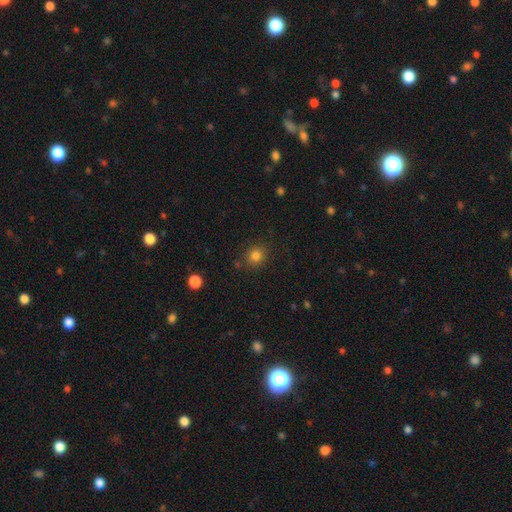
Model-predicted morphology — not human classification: The model was most divided on "how rounded": round: 80%, in between: 19%, cigar-shaped: 1%. More confident: merging — none (83%); smooth or featured — smooth (81%).